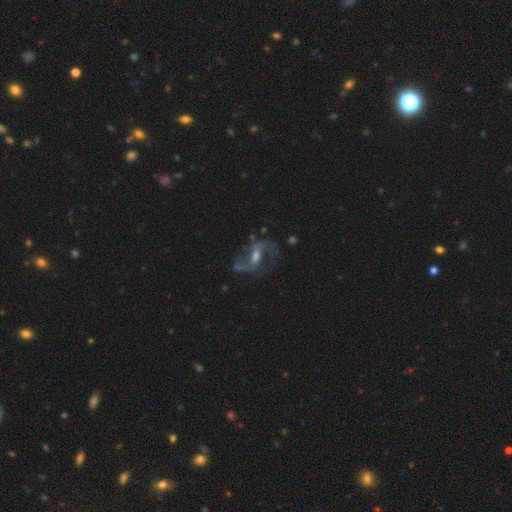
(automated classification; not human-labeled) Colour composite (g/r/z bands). It shows a featured or disk galaxy (82%) with a weak bar (49%), 2 (88%) loose (64%) spiral arms (89%) and a moderate central bulge (52%). Merging: none (61%).